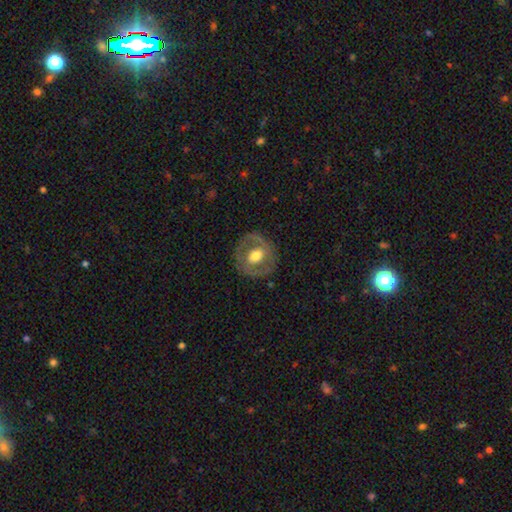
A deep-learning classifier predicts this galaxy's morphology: A featured or disk galaxy (59%) with no bar (50%), no spiral arms (70%) and a moderate central bulge (70%).

Vote fractions:
- Smooth or featured? featured or disk: 59% / smooth: 35% / star or artifact: 6%
- Edge-on disk? no: 94% / yes: 6%
- Bar? no: 50% / weak: 33% / strong: 17%
- Spiral arms? no: 70% / yes: 30%
- Bulge size? moderate: 70% / large: 21% / small: 7% / dominant: 1% / none: 1%
- Merging? none: 81% / minor disturbance: 12% / major disturbance: 6% / merger: 1%